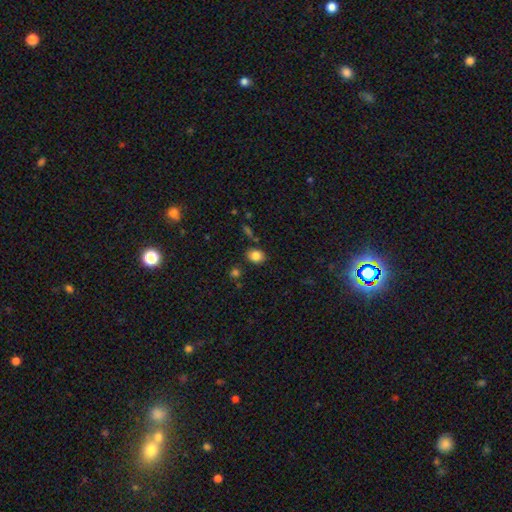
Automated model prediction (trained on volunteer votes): Morphology: type=smooth (83%); roundness=round (50%); merging=none (80%).